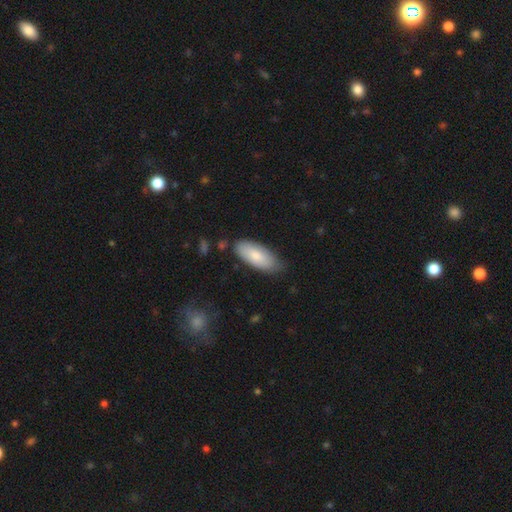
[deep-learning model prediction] Smooth or featured? smooth (81%)
How rounded? in between (86%)
Merging? none (73%)